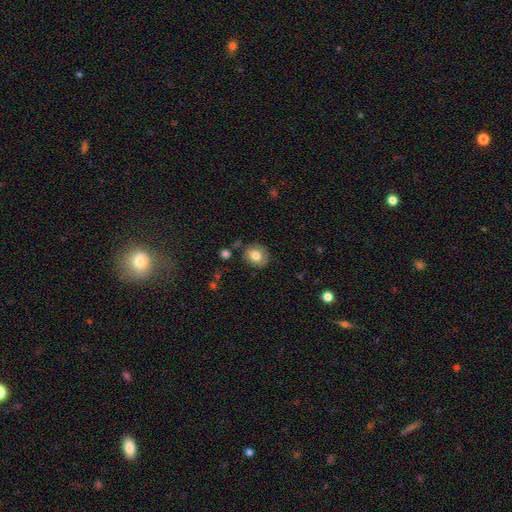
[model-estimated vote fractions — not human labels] Overall: smooth (77%). How rounded: round (70%). Merging: none (82%).